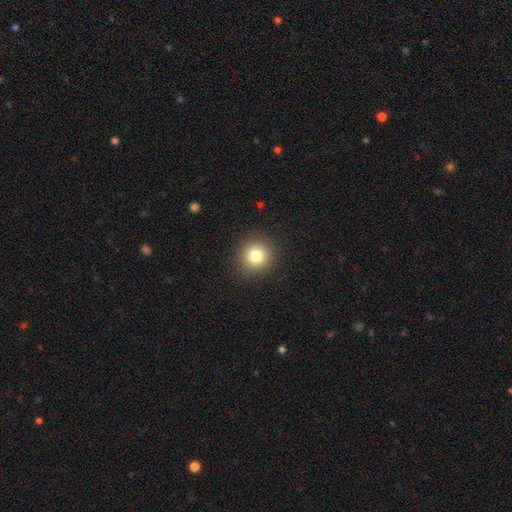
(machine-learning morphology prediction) A smooth galaxy with no disk features (81%) that is round (93%).

Vote fractions:
- Smooth or featured? smooth: 81% / star or artifact: 12% / featured or disk: 8%
- How rounded? round: 93% / in between: 6% / cigar-shaped: 1%
- Merging? none: 91% / minor disturbance: 6% / major disturbance: 2% / merger: 1%